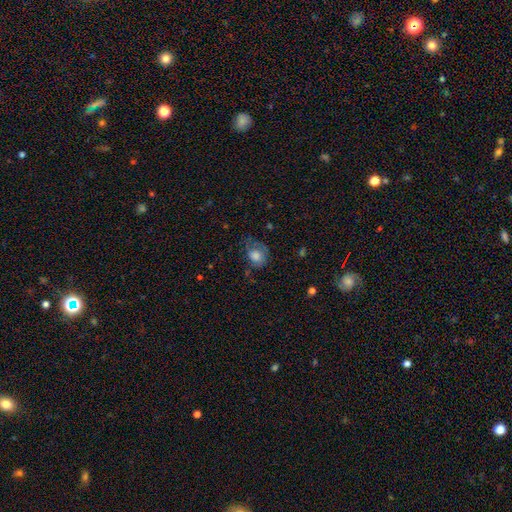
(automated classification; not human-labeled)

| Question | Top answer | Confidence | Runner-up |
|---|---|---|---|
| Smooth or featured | smooth | 63% | featured or disk (26%) |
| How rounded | round | 57% | in between (42%) |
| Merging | none | 45% | minor disturbance (29%) |